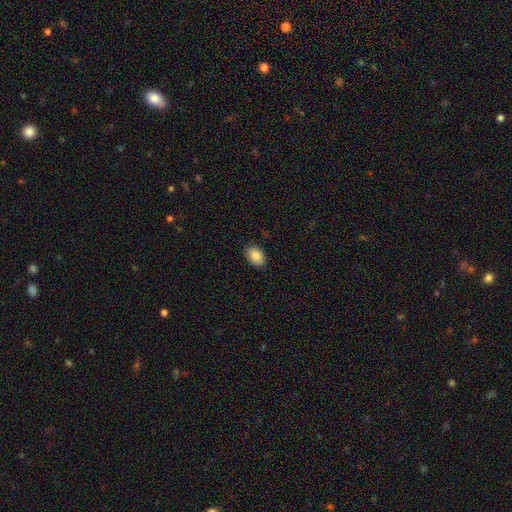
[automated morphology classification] A smooth galaxy with no disk features (87%) that is in between round and cigar-shaped (88%).

Vote fractions:
- Smooth or featured? smooth: 87% / star or artifact: 7% / featured or disk: 6%
- How rounded? in between: 88% / round: 11% / cigar-shaped: 1%
- Merging? none: 87% / minor disturbance: 10% / major disturbance: 2% / merger: 1%